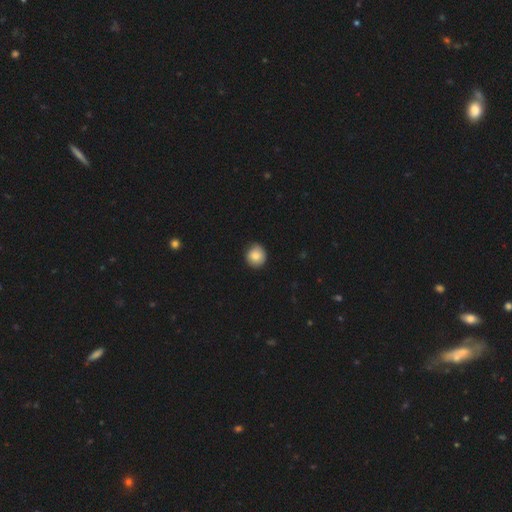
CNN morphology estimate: Smooth or featured? Predicted: smooth (p=0.83). How rounded? Predicted: round (p=0.89). Merging? Predicted: none (p=0.81).